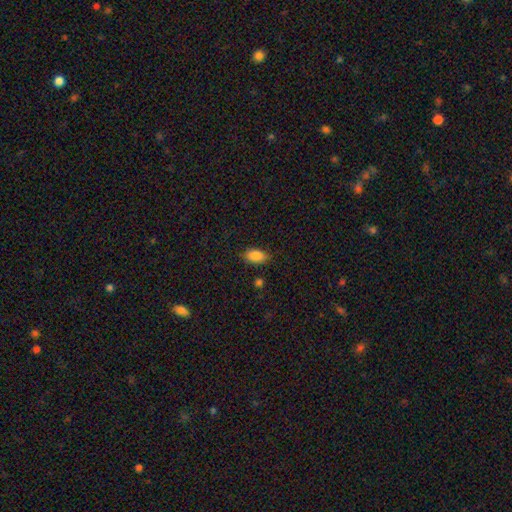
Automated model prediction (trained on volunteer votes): Q: Smooth or featured?
A: smooth (88%); runner-up: star or artifact (8%)
Q: How rounded?
A: in between (91%); runner-up: round (6%)
Q: Merging?
A: none (80%); runner-up: minor disturbance (14%)